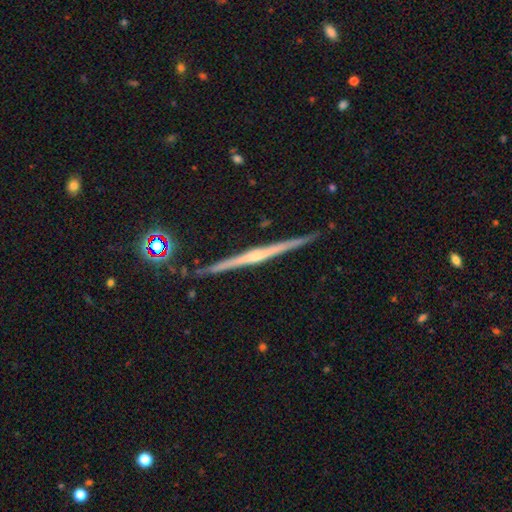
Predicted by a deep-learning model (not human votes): Overall: featured or disk (79%). Edge-on disk: yes (98%). Edge-on bulge: rounded (55%; none 36%). Merging: none (90%).